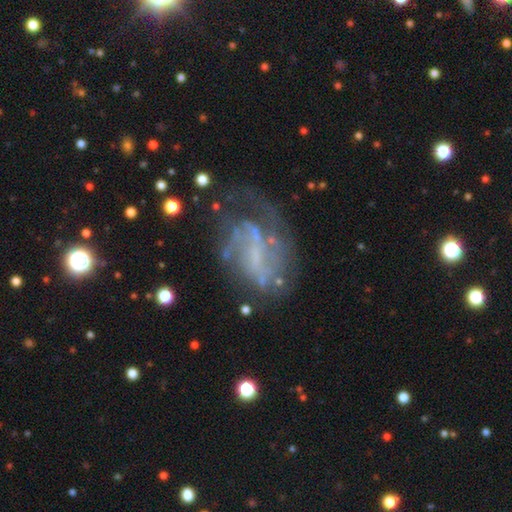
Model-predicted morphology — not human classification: type=featured or disk (76%); edge-on=no (97%); bar=no (43%); spiral arms=yes (78%); winding=medium (38%); arm count=can't tell (35%); bulge=none (61%); merging=none (48%).